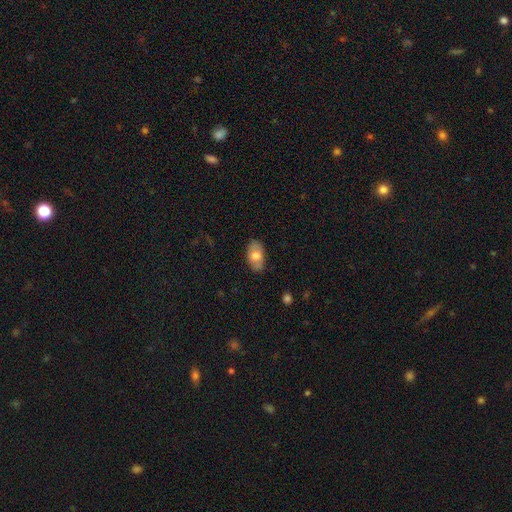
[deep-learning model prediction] A smooth galaxy with no disk features (71%) that is in between round and cigar-shaped (92%).

Vote fractions:
- Smooth or featured? smooth: 71% / featured or disk: 23% / star or artifact: 7%
- How rounded? in between: 92% / round: 6% / cigar-shaped: 2%
- Merging? none: 80% / minor disturbance: 16% / major disturbance: 3% / merger: 1%